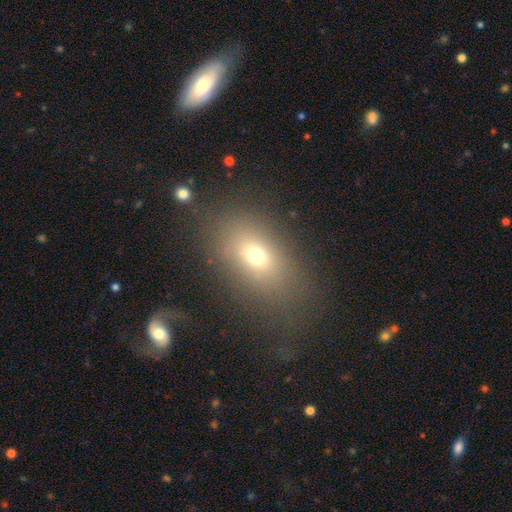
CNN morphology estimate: smooth 67%, featured or disk 18%, star or artifact 15%. Down the decision tree: how rounded — in between (78%); merging — none (69%).